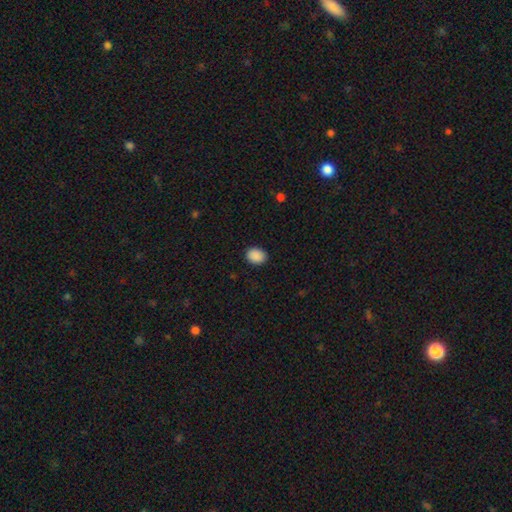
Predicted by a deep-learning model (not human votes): The model was most divided on "how rounded": in between: 60%, round: 39%, cigar-shaped: 1%. More confident: smooth or featured — smooth (90%); merging — none (90%).